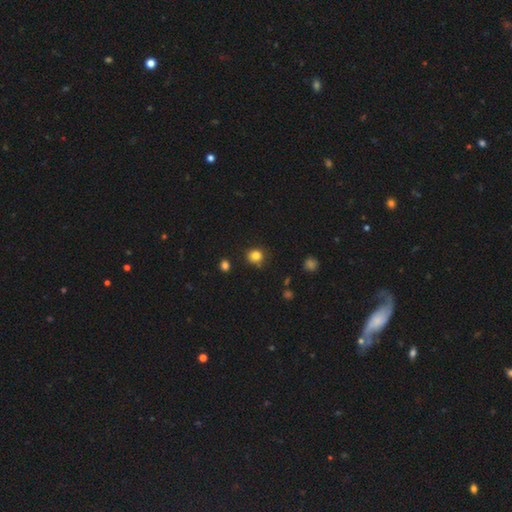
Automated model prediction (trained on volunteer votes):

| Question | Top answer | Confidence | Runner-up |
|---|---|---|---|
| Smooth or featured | smooth | 83% | star or artifact (13%) |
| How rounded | round | 85% | in between (14%) |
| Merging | none | 81% | minor disturbance (12%) |